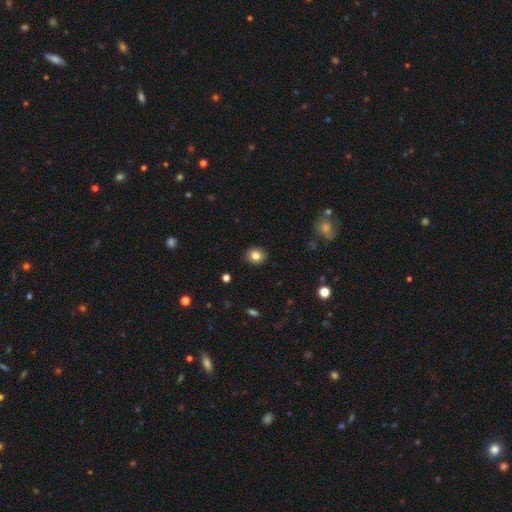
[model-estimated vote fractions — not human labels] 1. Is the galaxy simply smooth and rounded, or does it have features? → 83% smooth, 10% star or artifact, 7% featured or disk.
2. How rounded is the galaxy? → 79% round, 20% in between, 1% cigar-shaped.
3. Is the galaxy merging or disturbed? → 91% none, 7% minor disturbance, 2% major disturbance, 1% merger.